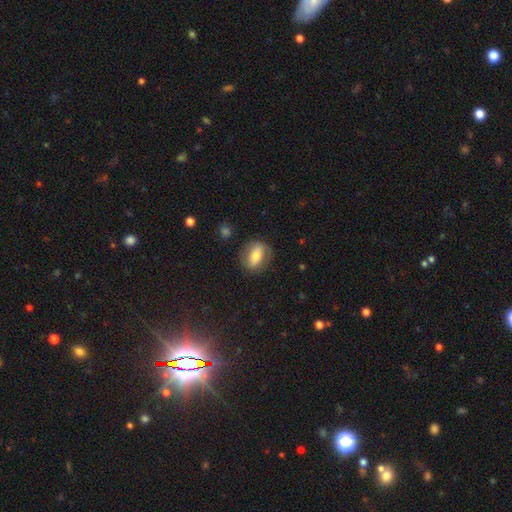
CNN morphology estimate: Smooth or featured? smooth (60%)
How rounded? in between (70%)
Merging? none (79%)